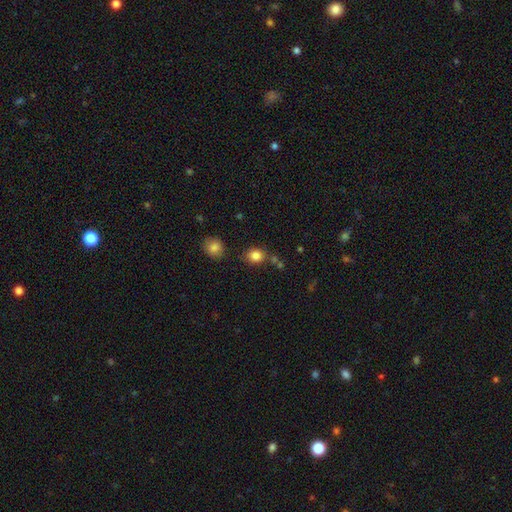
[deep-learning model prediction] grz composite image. It shows a smooth galaxy with no disk features (83%) that is round (67%). Merging: none (75%).